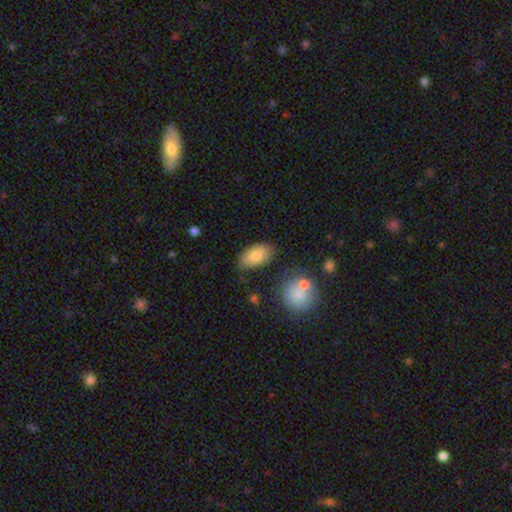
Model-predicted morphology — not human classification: smooth-or-featured: smooth: 84% | featured or disk: 10% | star or artifact: 7%
  how-rounded: in between: 94% | round: 4% | cigar-shaped: 2%
  merging: none: 75% | minor disturbance: 17% | major disturbance: 4% | merger: 4%